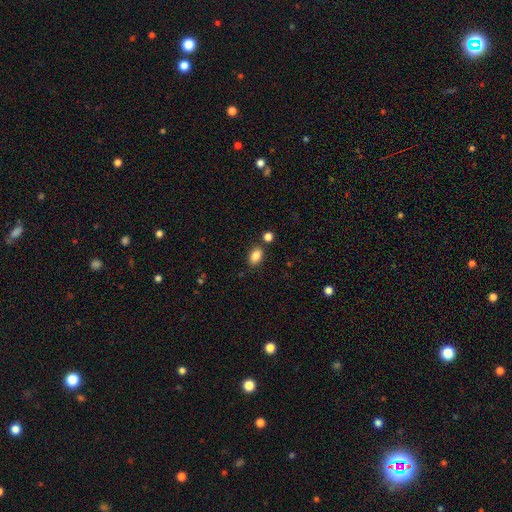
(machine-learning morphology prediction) Smooth or featured? Predicted: smooth (p=0.86). How rounded? Predicted: in between (p=0.85). Merging? Predicted: none (p=0.79).